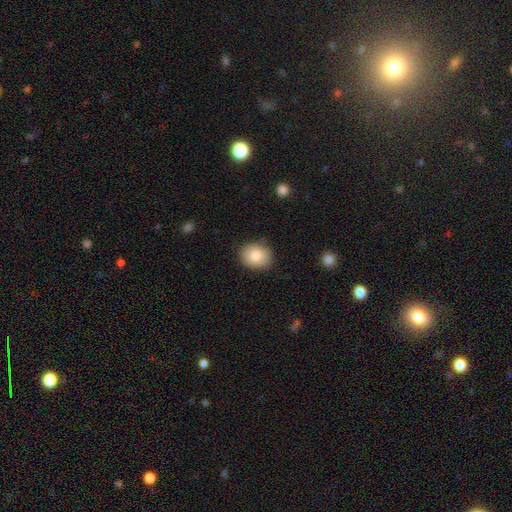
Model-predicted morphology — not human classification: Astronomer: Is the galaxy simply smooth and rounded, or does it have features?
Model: smooth — 84%.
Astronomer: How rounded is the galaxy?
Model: round — 57% (runner-up: in between, 42%).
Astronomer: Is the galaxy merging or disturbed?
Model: none — 86%.